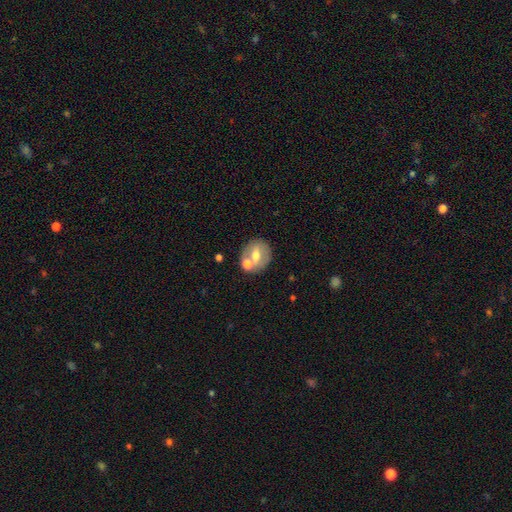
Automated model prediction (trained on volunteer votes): A smooth galaxy with no disk features (56%) that is round (67%). Merging: none (58%).